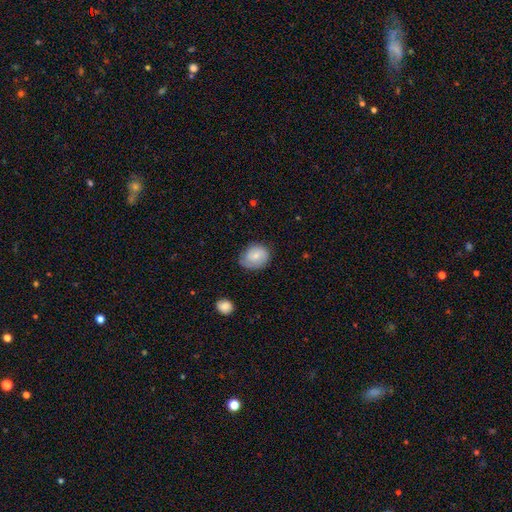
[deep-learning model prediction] This is likely a smooth galaxy (65%). How rounded: possibly round (55%). Merging: likely none (66%).